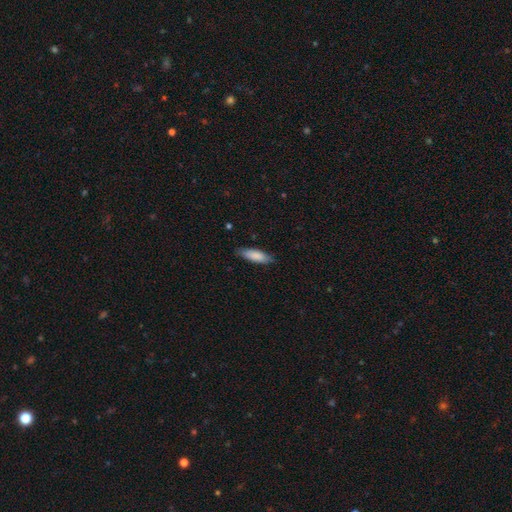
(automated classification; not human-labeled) smooth 85%, featured or disk 9%, star or artifact 5%. Down the decision tree: how rounded — in between (56%); merging — none (83%).